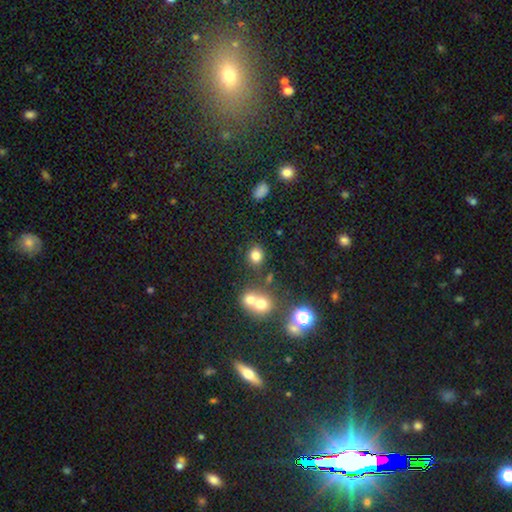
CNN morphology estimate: Q: Smooth or featured?
A: smooth (79%); runner-up: star or artifact (14%)
Q: How rounded?
A: round (74%); runner-up: in between (25%)
Q: Merging?
A: none (74%); runner-up: merger (11%)